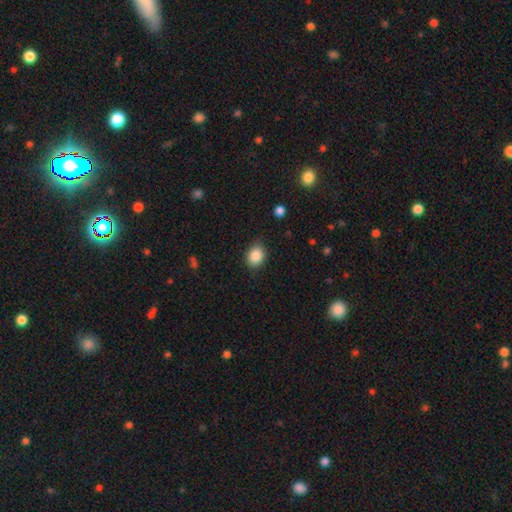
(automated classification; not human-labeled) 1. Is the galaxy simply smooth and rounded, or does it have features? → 87% smooth, 9% star or artifact, 5% featured or disk.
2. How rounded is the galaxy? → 56% in between, 43% round, 1% cigar-shaped.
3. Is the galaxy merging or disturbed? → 82% none, 14% minor disturbance, 3% major disturbance, 1% merger.